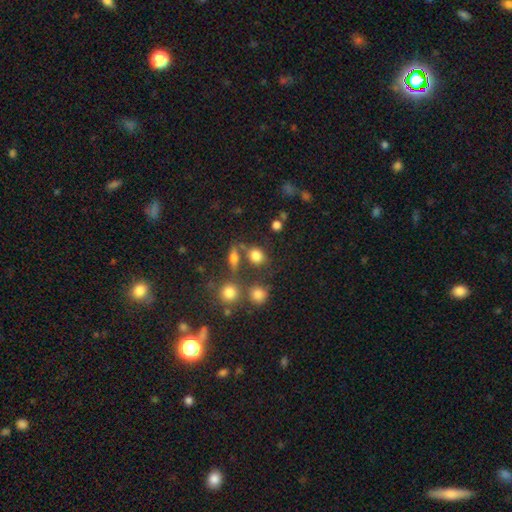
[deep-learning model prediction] Q: Smooth or featured?
A: smooth (77%); runner-up: star or artifact (13%)
Q: How rounded?
A: round (52%); runner-up: in between (45%)
Q: Merging?
A: none (65%); runner-up: merger (17%)